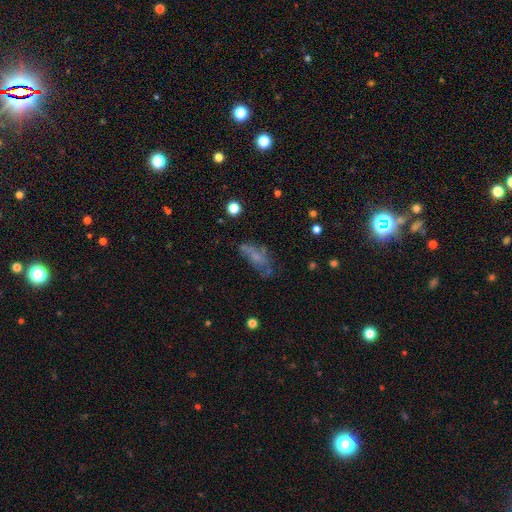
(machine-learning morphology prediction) Smooth or featured?
  - smooth: 47% *
  - featured or disk: 39%
  - star or artifact: 14%
Merging?
  - none: 42% *
  - minor disturbance: 26%
  - major disturbance: 25%
  - merger: 7%